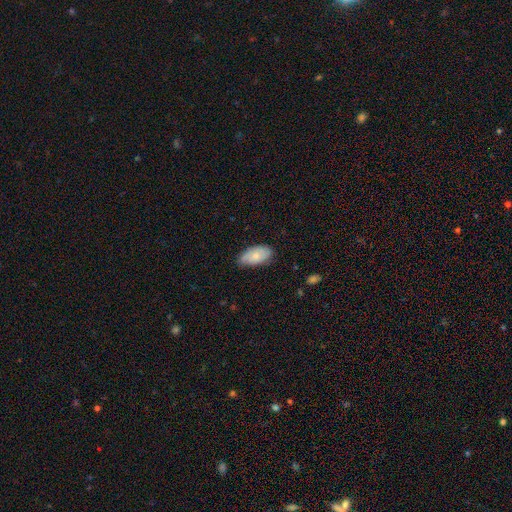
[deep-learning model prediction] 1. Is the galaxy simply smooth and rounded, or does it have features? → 68% smooth, 26% featured or disk, 6% star or artifact.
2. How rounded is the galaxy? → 94% in between, 3% round, 3% cigar-shaped.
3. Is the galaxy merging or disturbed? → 69% none, 26% minor disturbance, 4% major disturbance, 1% merger.